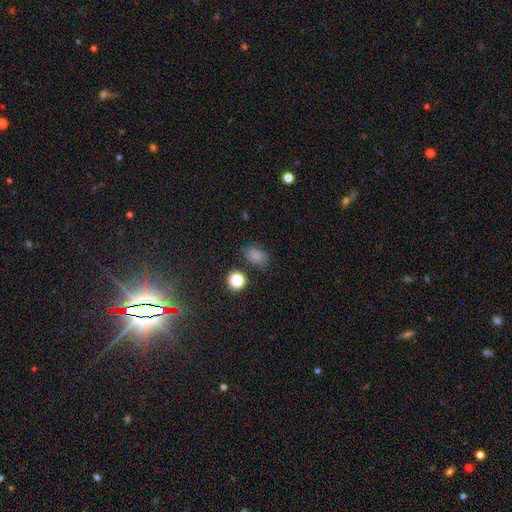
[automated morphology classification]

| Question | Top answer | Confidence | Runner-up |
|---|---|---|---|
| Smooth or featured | smooth | 76% | star or artifact (16%) |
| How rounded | in between | 78% | round (20%) |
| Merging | none | 69% | minor disturbance (21%) |